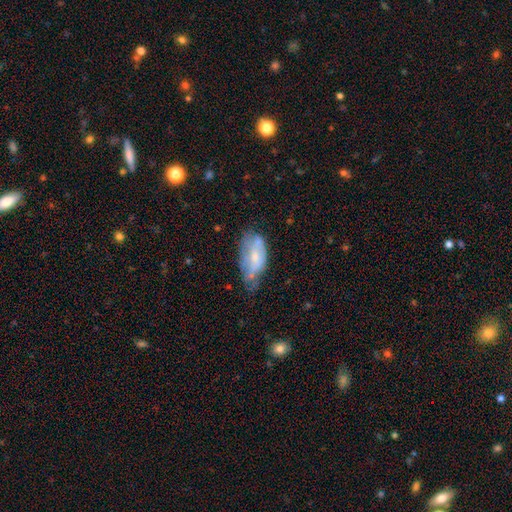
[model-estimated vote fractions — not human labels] Overall: smooth (48%; featured or disk 45%). Merging: minor disturbance (40%; none 38%).